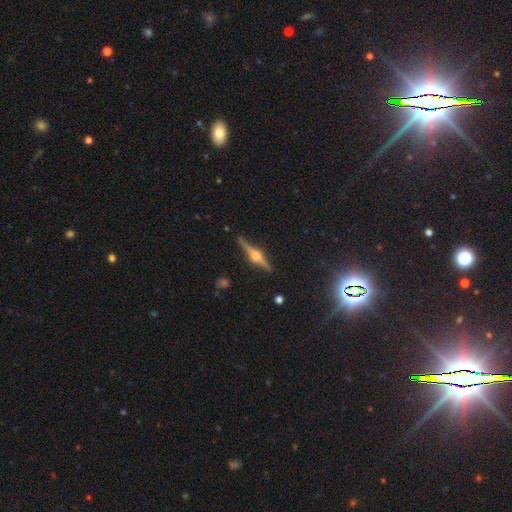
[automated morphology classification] Overall: featured or disk (84%). Edge-on disk: yes (98%). Edge-on bulge: rounded (95%). Merging: none (90%).